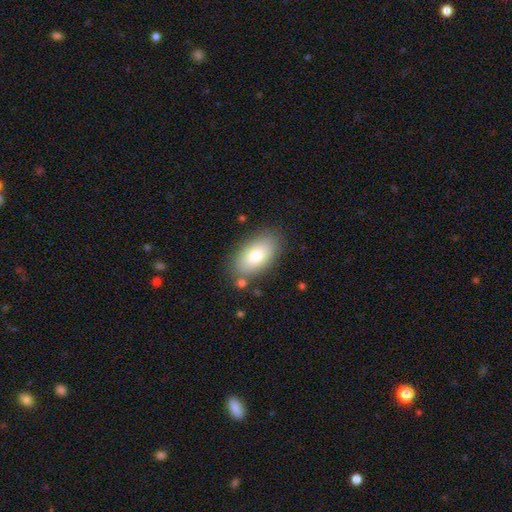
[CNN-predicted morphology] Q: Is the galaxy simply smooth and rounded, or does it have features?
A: smooth — 78%.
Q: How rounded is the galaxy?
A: in between — 93%.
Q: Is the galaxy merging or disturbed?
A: none — 82%.